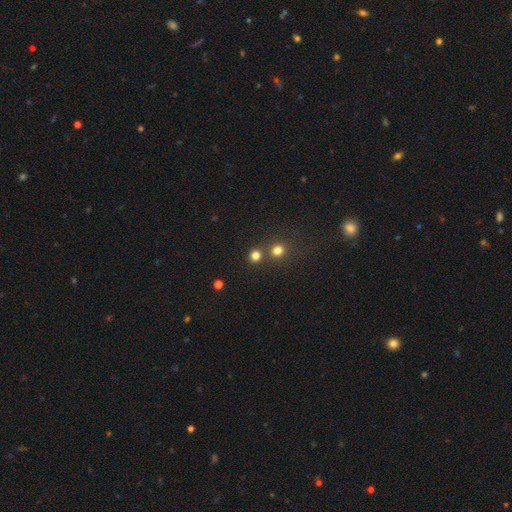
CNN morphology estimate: The model was most divided on "merging": none: 72%, merger: 20%, minor disturbance: 6%, major disturbance: 3%. More confident: how rounded — round (89%); smooth or featured — smooth (76%).